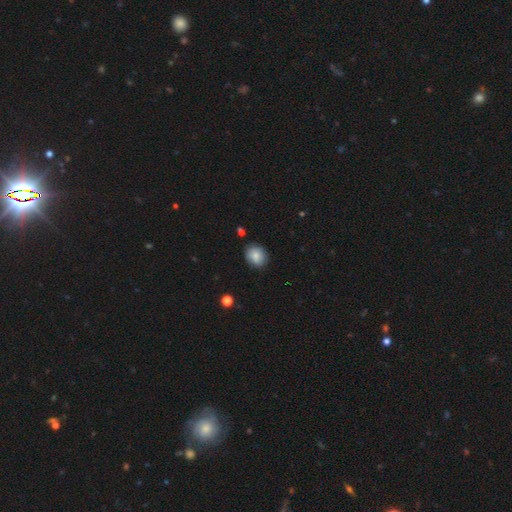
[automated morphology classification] Q: Smooth or featured?
A: smooth (84%); runner-up: featured or disk (8%)
Q: How rounded?
A: round (64%); runner-up: in between (35%)
Q: Merging?
A: none (84%); runner-up: minor disturbance (11%)